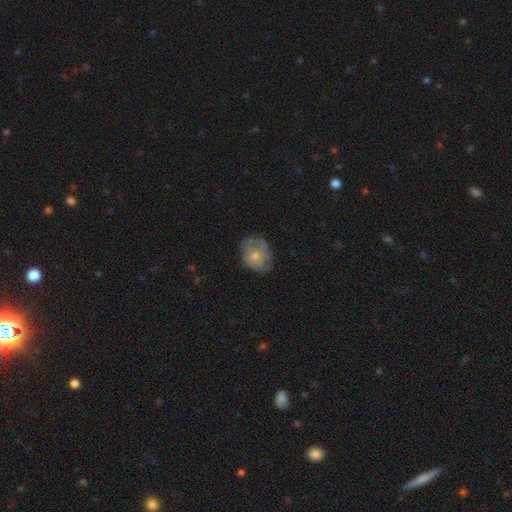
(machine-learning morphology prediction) This is possibly a smooth galaxy (57%). How rounded: possibly round (55%). Merging: possibly none (56%).